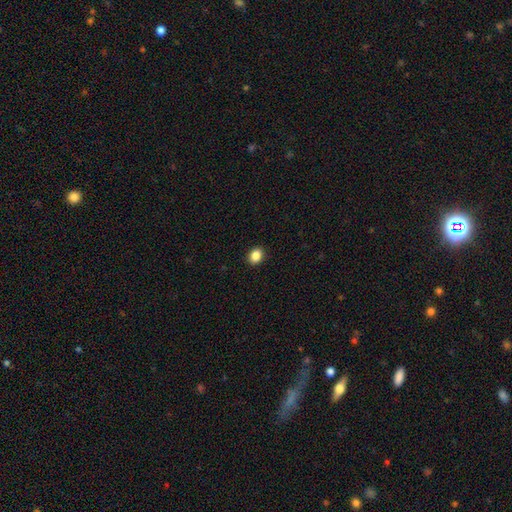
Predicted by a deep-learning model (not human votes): This is clearly a smooth galaxy (87%). How rounded: possibly in between (52%). Merging: clearly none (91%).